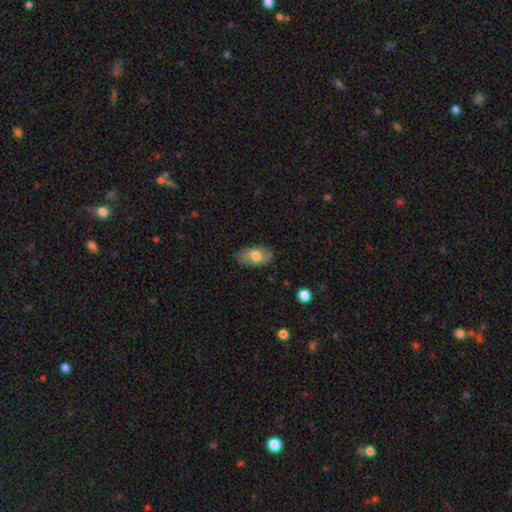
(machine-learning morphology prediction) Smooth or featured? smooth (69%)
How rounded? in between (93%)
Merging? none (80%)